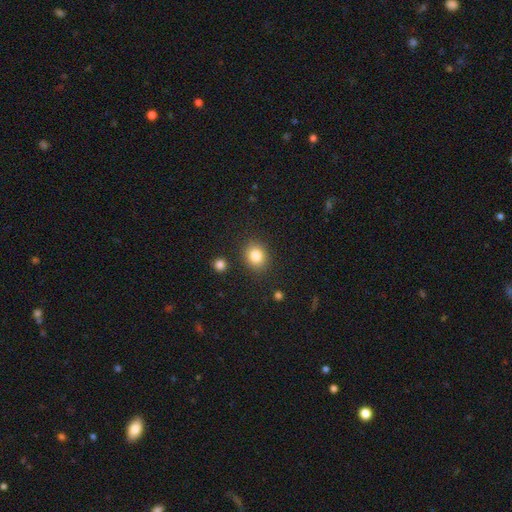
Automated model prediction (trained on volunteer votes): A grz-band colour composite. It shows a smooth galaxy with no disk features (83%) that is round (66%). Merging: none (87%).